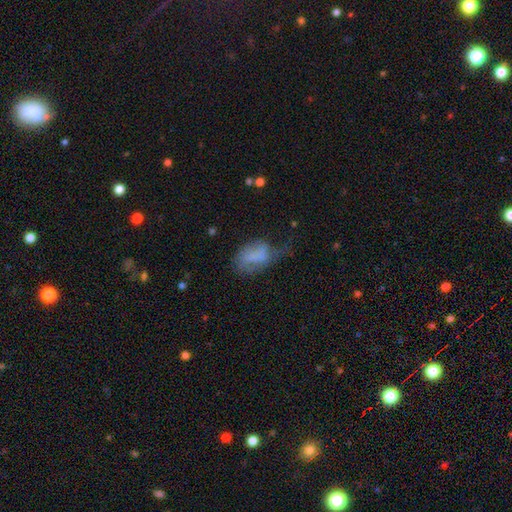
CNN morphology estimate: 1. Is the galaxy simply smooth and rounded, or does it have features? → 62% smooth, 27% featured or disk, 11% star or artifact.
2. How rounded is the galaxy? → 89% in between, 8% round, 3% cigar-shaped.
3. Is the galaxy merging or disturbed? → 39% major disturbance, 30% minor disturbance, 26% none, 4% merger.